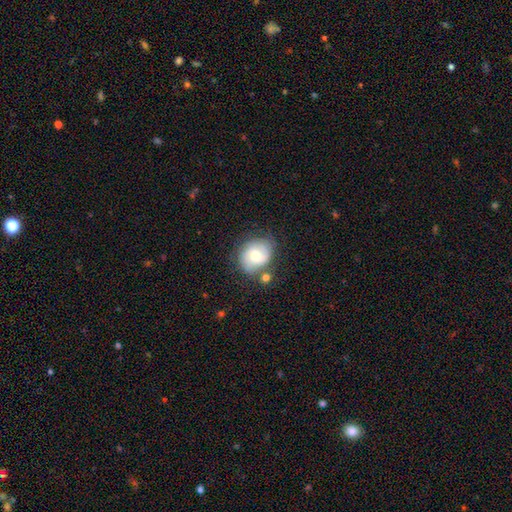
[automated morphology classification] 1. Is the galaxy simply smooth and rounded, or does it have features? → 48% smooth, 45% featured or disk, 8% star or artifact.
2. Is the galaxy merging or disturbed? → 59% none, 21% minor disturbance, 12% merger, 8% major disturbance.